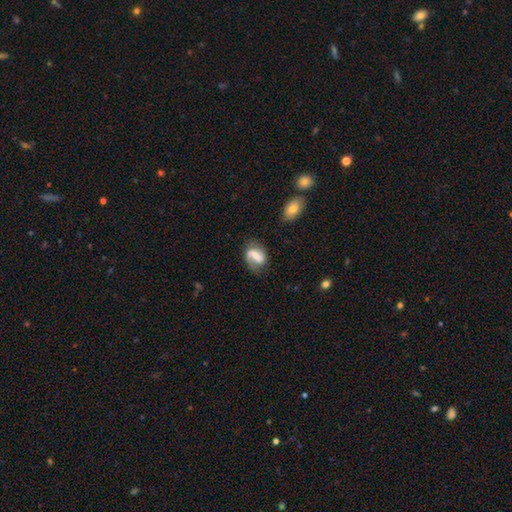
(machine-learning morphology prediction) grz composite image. It shows a featured or disk galaxy (61%) with a weak bar (42%), 2 (53%) medium (40%, tied with loose) spiral arms (88%) and no central bulge (31%). Merging: none (58%).